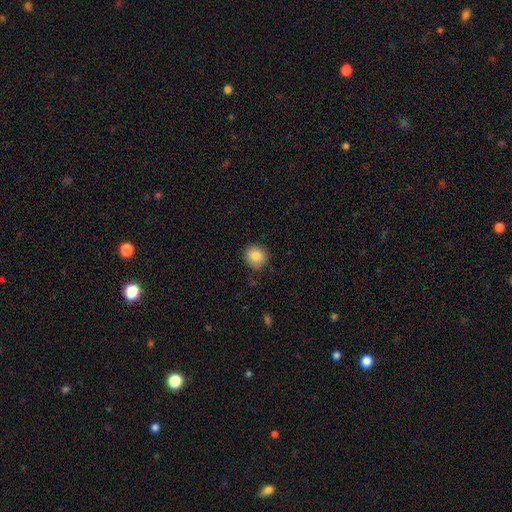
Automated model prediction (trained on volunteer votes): A smooth galaxy with no disk features (83%) that is round (89%). Merging: none (86%).